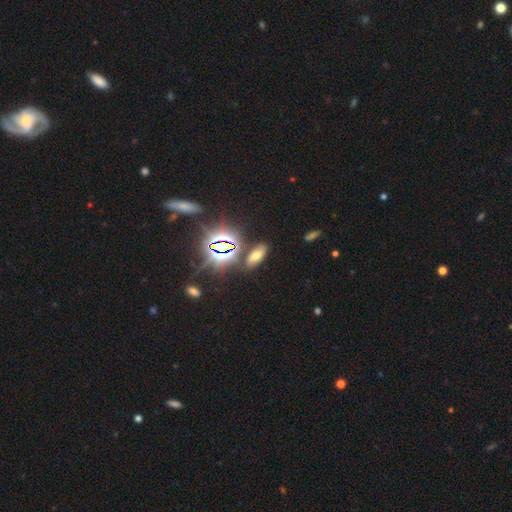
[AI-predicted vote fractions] This appears to be a smooth galaxy with no disk features (48%). Merging: none (80%).